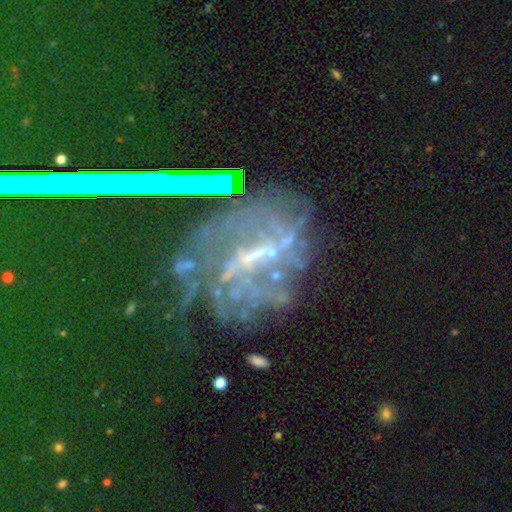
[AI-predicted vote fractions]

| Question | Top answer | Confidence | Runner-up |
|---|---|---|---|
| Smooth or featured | featured or disk | 66% | star or artifact (23%) |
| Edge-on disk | no | 93% | yes (7%) |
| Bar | weak | 40% | strong (32%) |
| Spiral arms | yes | 67% | no (33%) |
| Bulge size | small | 42% | none (32%) |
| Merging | none | 48% | major disturbance (26%) |